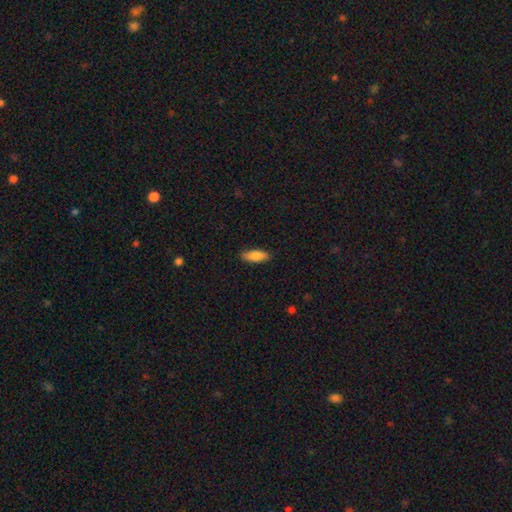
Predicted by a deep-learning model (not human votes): This appears to be a smooth galaxy with no disk features (85%) that is in between round and cigar-shaped (72%). Merging: none (85%).